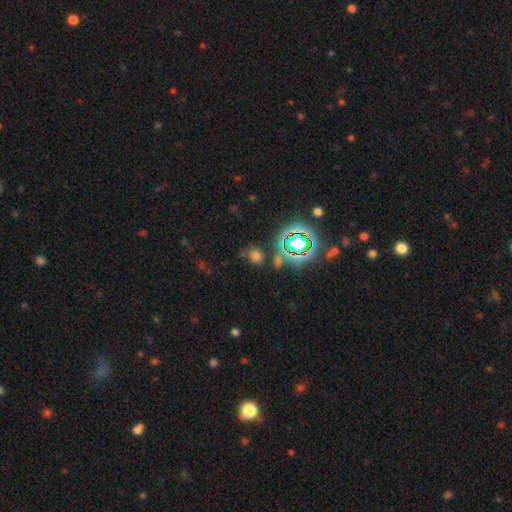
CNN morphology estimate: This is possibly a smooth galaxy (56%). How rounded: likely round (68%). Merging: likely none (69%).